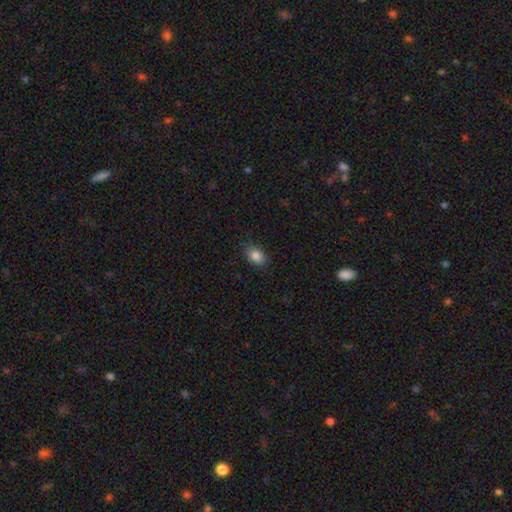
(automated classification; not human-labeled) Morphology: type=smooth (85%); roundness=in between (80%); merging=none (84%).